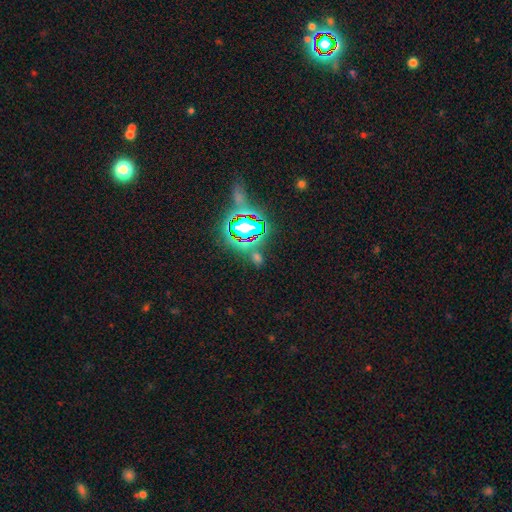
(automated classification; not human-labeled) A star or artifact, not a galaxy (60%).